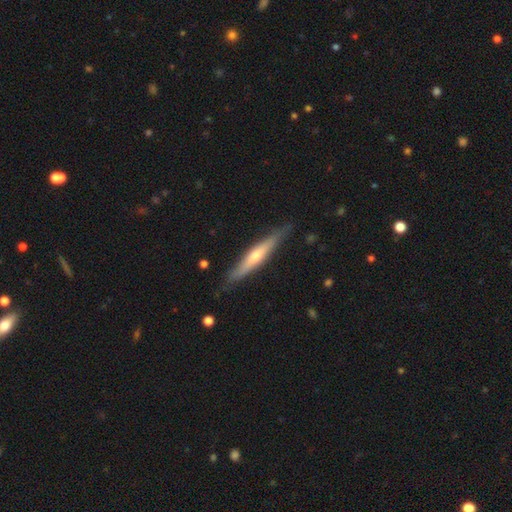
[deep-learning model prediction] featured or disk 57%, smooth 38%, star or artifact 5%. Down the decision tree: edge-on disk — yes (93%); edge-on bulge — rounded (72%); merging — none (82%).